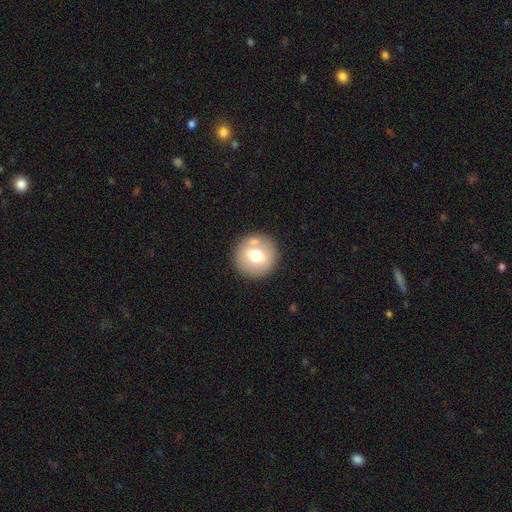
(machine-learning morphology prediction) Smooth or featured: smooth — 66% (featured or disk — 25%)
How rounded: round — 95% (in between — 5%)
Merging: none — 80% (minor disturbance — 9%)